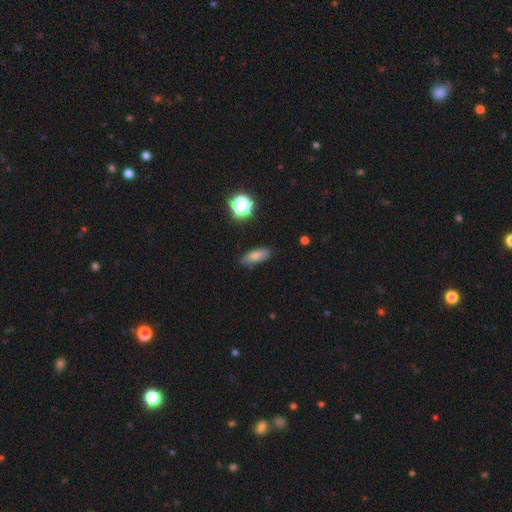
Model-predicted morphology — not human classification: Q: Smooth or featured?
A: smooth (77%); runner-up: featured or disk (12%)
Q: How rounded?
A: in between (67%); runner-up: cigar-shaped (29%)
Q: Merging?
A: none (81%); runner-up: minor disturbance (15%)